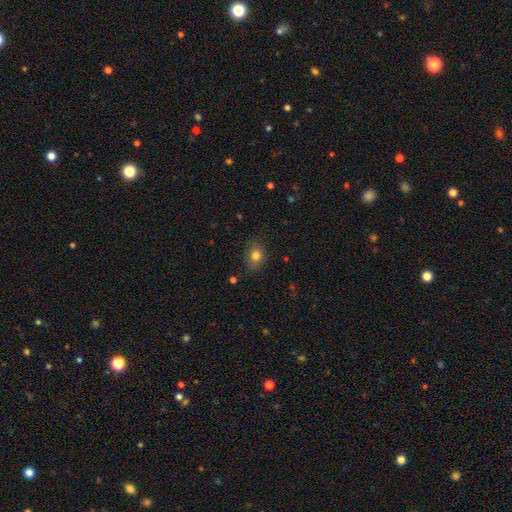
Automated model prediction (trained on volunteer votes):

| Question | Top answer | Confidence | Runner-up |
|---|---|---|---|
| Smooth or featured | smooth | 80% | star or artifact (12%) |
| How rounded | in between | 61% | round (37%) |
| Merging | none | 84% | minor disturbance (12%) |